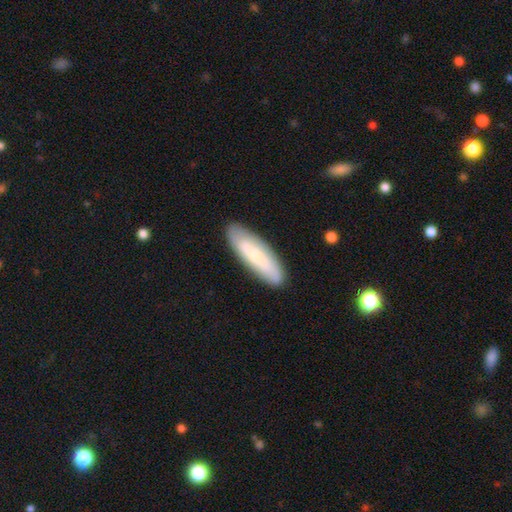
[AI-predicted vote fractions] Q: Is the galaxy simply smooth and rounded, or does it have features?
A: smooth — 57%.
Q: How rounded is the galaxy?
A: cigar-shaped — 55%.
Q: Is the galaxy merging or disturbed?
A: none — 86%.